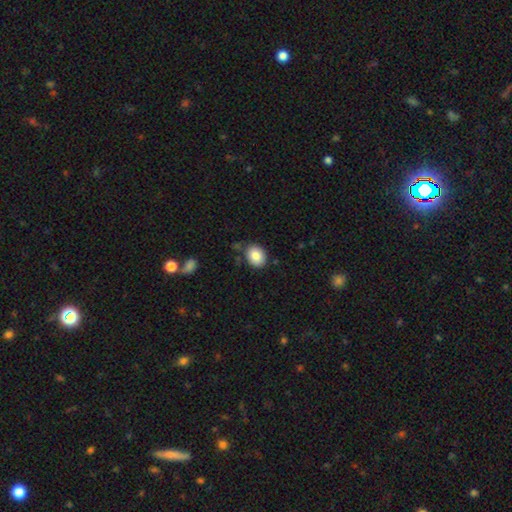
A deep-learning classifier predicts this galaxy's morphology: A smooth galaxy with no disk features (84%) that is in between round and cigar-shaped (60%). Merging: none (81%).